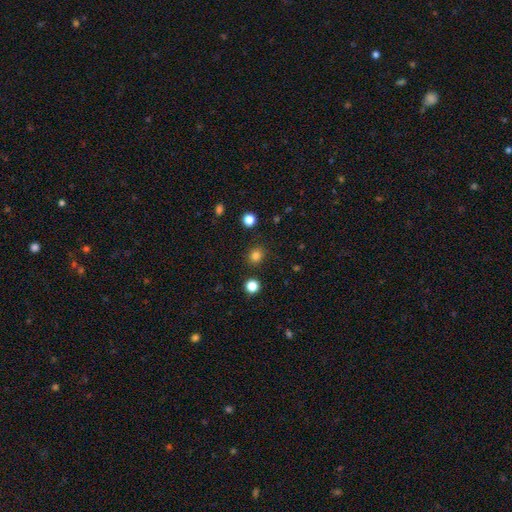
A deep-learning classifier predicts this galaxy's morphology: Overall: smooth (82%). How rounded: round (83%). Merging: none (89%).